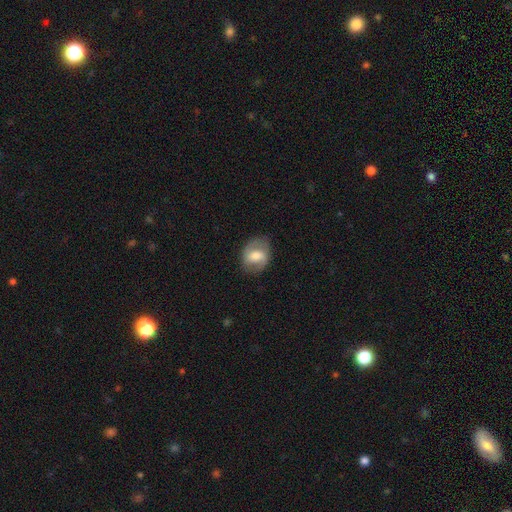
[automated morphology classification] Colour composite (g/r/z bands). It shows a featured or disk galaxy (54%) with a weak bar (46%), spiral arms (74%) and a moderate central bulge (59%). Merging: none (76%).